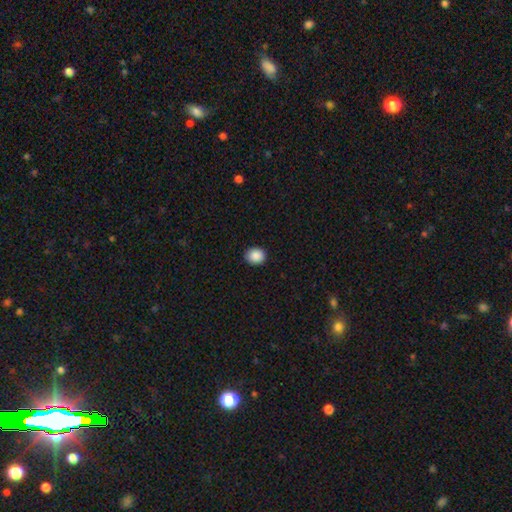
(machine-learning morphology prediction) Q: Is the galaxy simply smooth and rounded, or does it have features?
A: smooth — 89%.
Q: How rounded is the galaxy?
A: round — 73%.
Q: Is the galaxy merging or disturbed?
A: none — 91%.